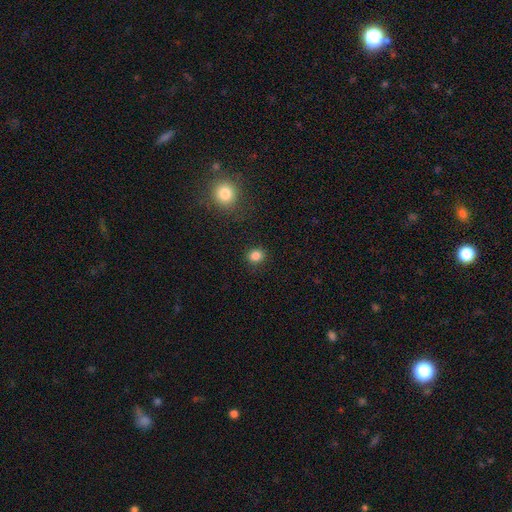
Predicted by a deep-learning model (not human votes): smooth_or_featured: smooth (p=0.84) [alt: star or artifact p=0.12]
how_rounded: round (p=0.75) [alt: in between p=0.24]
merging: none (p=0.89) [alt: minor disturbance p=0.07]